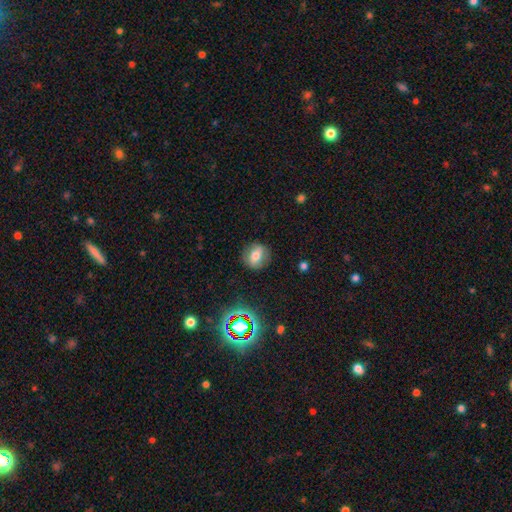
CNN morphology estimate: type=smooth (55%); roundness=round (73%); merging=none (83%).